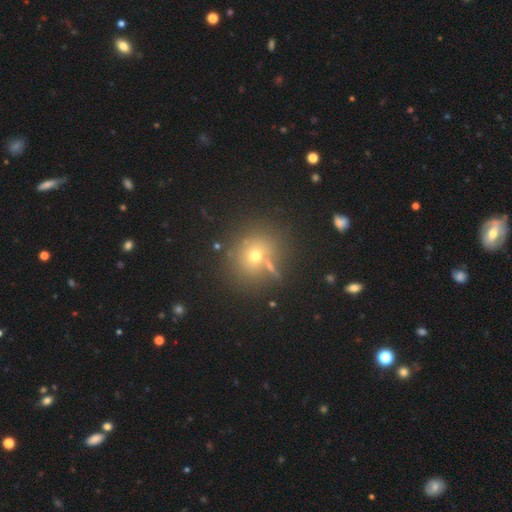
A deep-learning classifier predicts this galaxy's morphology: Overall: smooth (62%). How rounded: round (83%). Merging: none (72%).